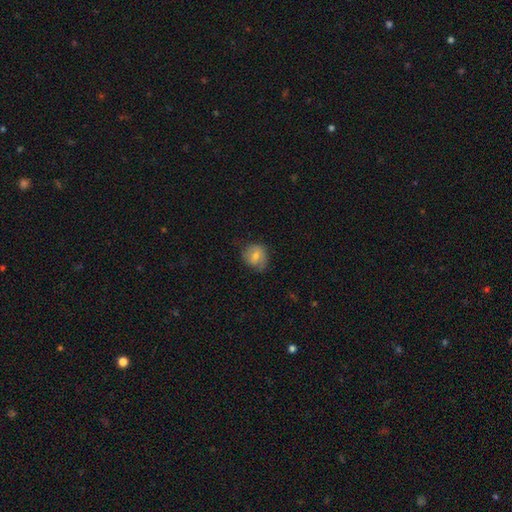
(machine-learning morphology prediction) smooth 67%, featured or disk 25%, star or artifact 8%. Down the decision tree: how rounded — round (73%); merging — none (67%).